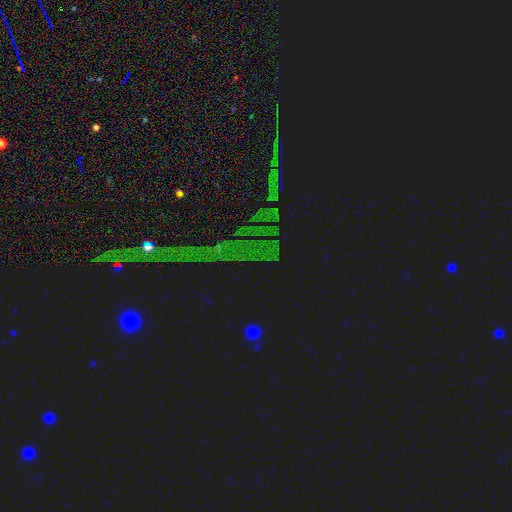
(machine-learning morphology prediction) type=star or artifact (84%).